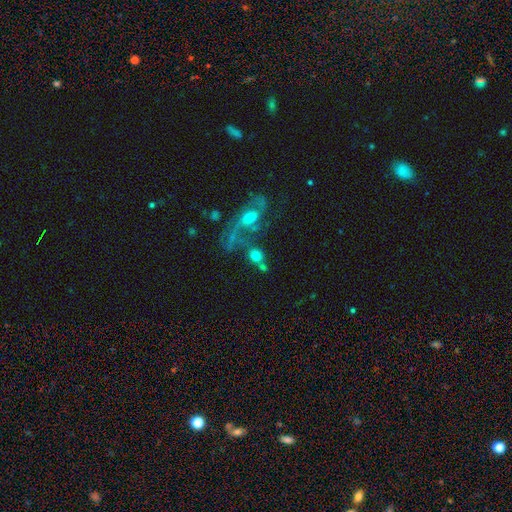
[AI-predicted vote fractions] Morphology: type=smooth (64%); roundness=round (74%); merging=none (39%, tied with merger).